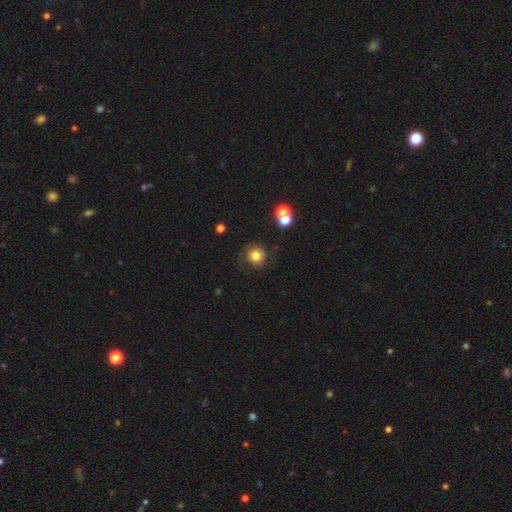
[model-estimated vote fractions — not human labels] The model was most divided on "merging": none: 71%, minor disturbance: 16%, major disturbance: 9%, merger: 4%. More confident: how rounded — round (91%); smooth or featured — smooth (76%).